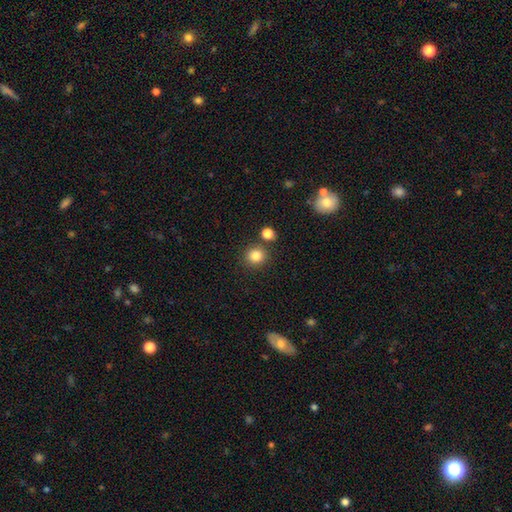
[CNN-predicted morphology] Q: Smooth or featured?
A: smooth (83%); runner-up: star or artifact (11%)
Q: How rounded?
A: round (89%); runner-up: in between (10%)
Q: Merging?
A: none (82%); runner-up: merger (8%)